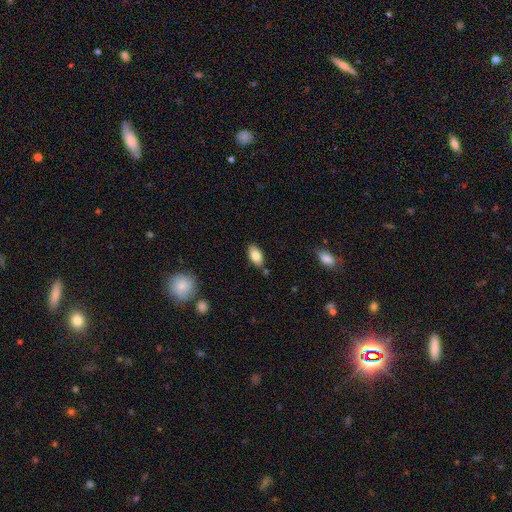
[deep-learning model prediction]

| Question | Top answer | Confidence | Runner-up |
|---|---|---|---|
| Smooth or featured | smooth | 80% | featured or disk (13%) |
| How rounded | in between | 92% | cigar-shaped (4%) |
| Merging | none | 82% | minor disturbance (12%) |